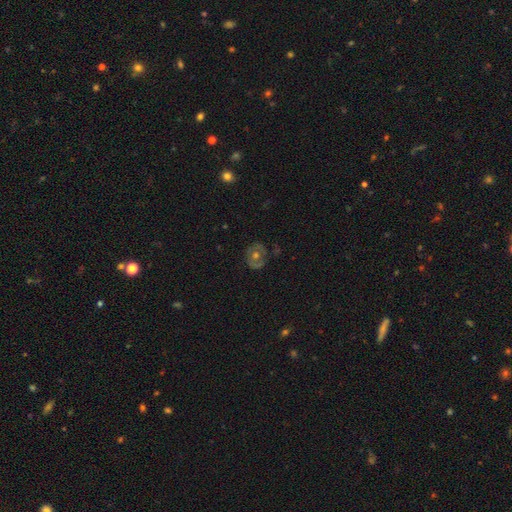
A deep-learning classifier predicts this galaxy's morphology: smooth_or_featured: featured or disk (p=0.58) [alt: smooth p=0.29]
disk_edge_on: no (p=0.96) [alt: yes p=0.04]
bar: no (p=0.87) [alt: weak p=0.10]
has_spiral_arms: no (p=0.57) [alt: yes p=0.43]
bulge_size: moderate (p=0.70) [alt: small p=0.22]
merging: none (p=0.77) [alt: minor disturbance p=0.15]